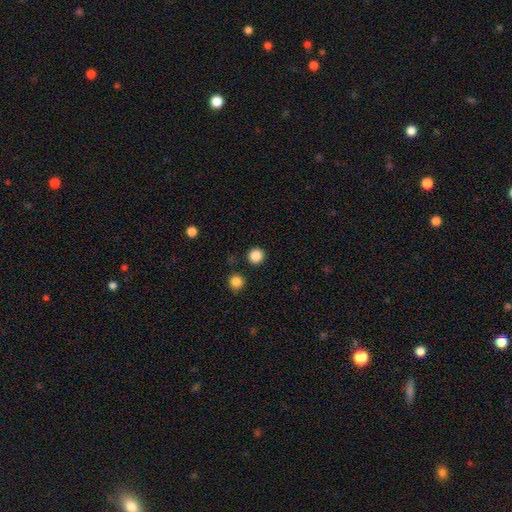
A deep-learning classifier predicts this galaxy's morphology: A smooth galaxy with no disk features (86%) that is round (93%). Merging: none (91%).